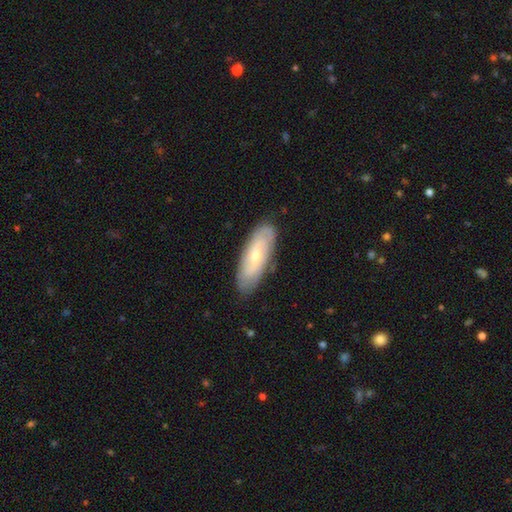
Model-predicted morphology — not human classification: featured or disk 56%, smooth 38%, star or artifact 6%. Down the decision tree: edge-on disk — no (82%); merging — none (81%).